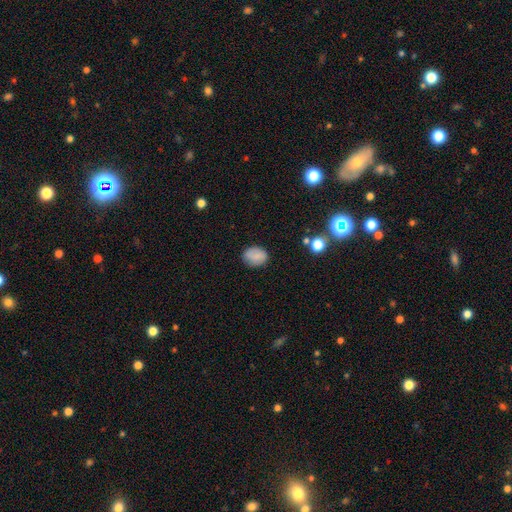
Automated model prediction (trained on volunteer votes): A smooth galaxy with no disk features (77%) that is in between round and cigar-shaped (60%). Merging: none (81%).